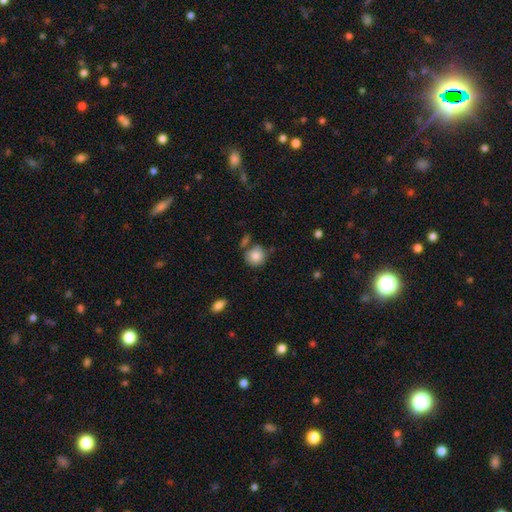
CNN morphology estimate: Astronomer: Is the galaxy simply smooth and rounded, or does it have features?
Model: smooth — 83%.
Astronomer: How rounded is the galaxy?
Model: round — 89%.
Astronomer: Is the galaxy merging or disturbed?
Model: none — 69%.